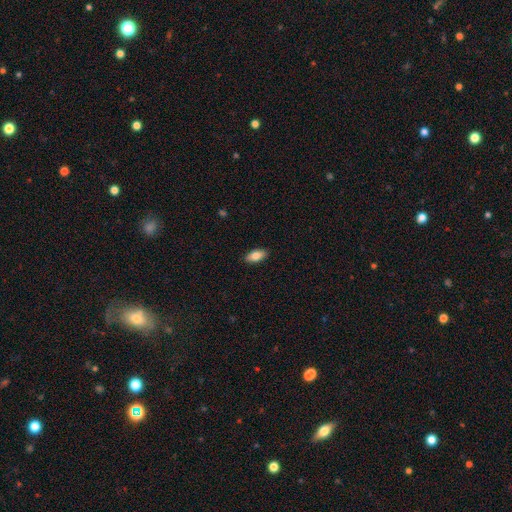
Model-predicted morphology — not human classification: smooth 83%, featured or disk 10%, star or artifact 7%. Down the decision tree: how rounded — in between (91%); merging — none (90%).